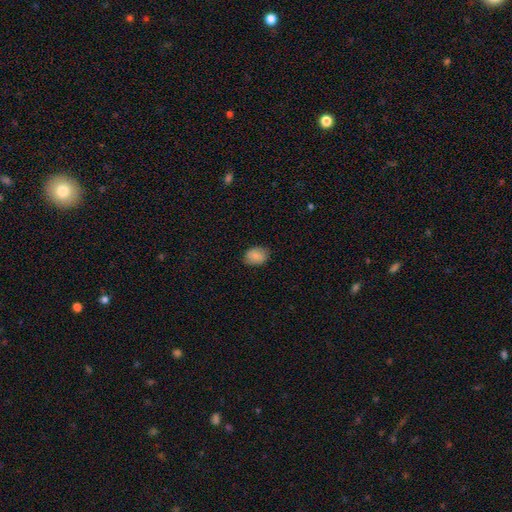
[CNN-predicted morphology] smooth_or_featured: smooth (p=0.85) [alt: featured or disk p=0.08]
how_rounded: in between (p=0.70) [alt: round p=0.29]
merging: none (p=0.82) [alt: minor disturbance p=0.14]